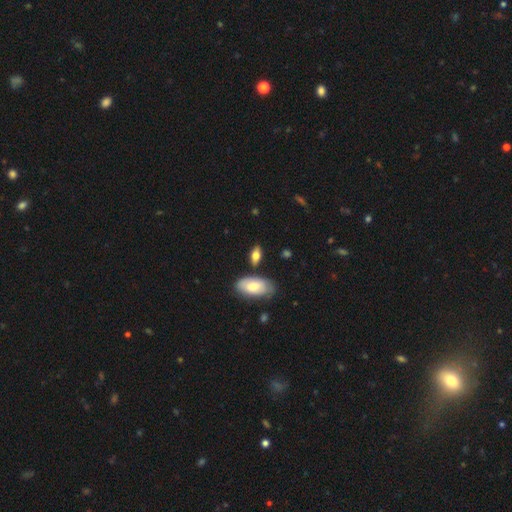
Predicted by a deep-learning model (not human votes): Smooth or featured? smooth (72%)
How rounded? in between (81%)
Merging? none (72%)